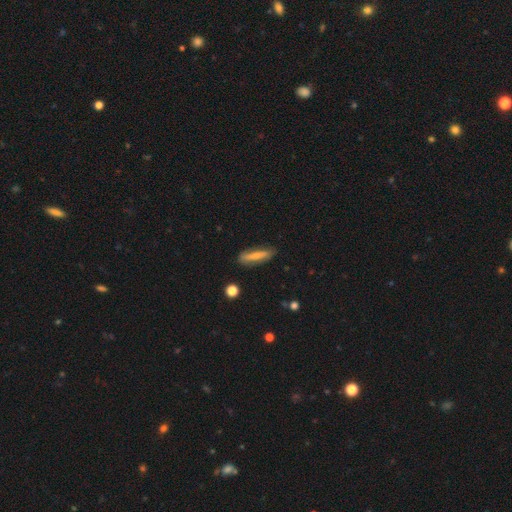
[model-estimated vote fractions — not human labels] smooth_or_featured: smooth (p=0.60) [alt: featured or disk p=0.33]
how_rounded: cigar-shaped (p=0.76) [alt: in between p=0.21]
merging: none (p=0.81) [alt: minor disturbance p=0.14]